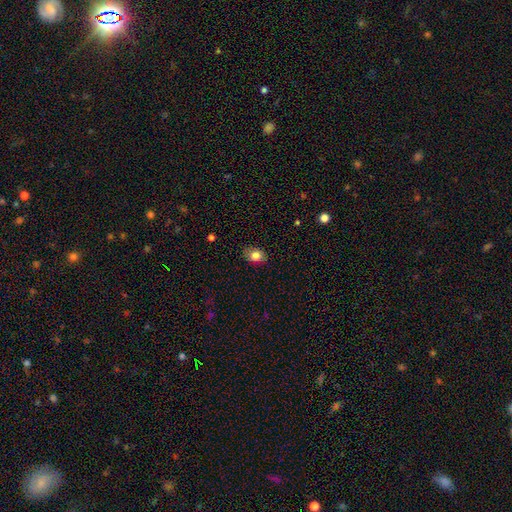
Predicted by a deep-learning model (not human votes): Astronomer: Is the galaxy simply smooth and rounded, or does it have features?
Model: smooth — 82%.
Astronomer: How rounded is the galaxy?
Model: in between — 59% (runner-up: round, 39%).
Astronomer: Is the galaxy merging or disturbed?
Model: none — 81%.